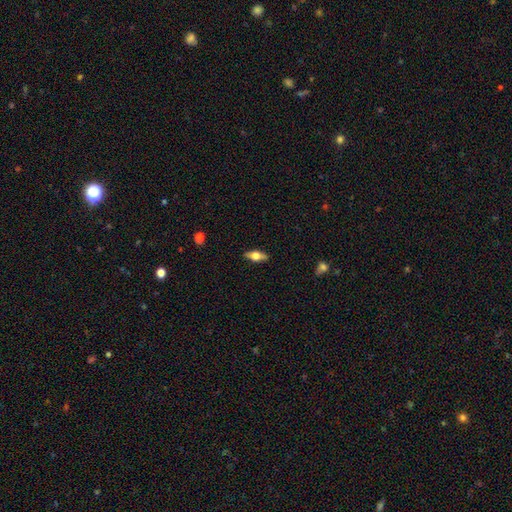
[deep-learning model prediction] The model was most divided on "smooth or featured": featured or disk: 50%, smooth: 43%, star or artifact: 7%. More confident: merging — none (88%).